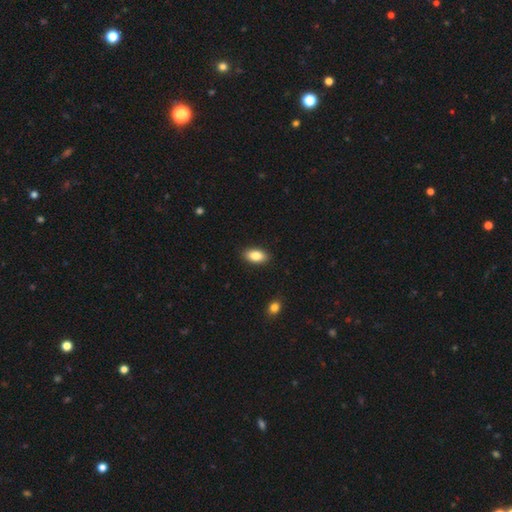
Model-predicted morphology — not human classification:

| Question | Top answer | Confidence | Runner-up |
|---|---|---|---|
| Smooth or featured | smooth | 86% | featured or disk (7%) |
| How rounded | in between | 92% | round (4%) |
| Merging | none | 89% | minor disturbance (8%) |